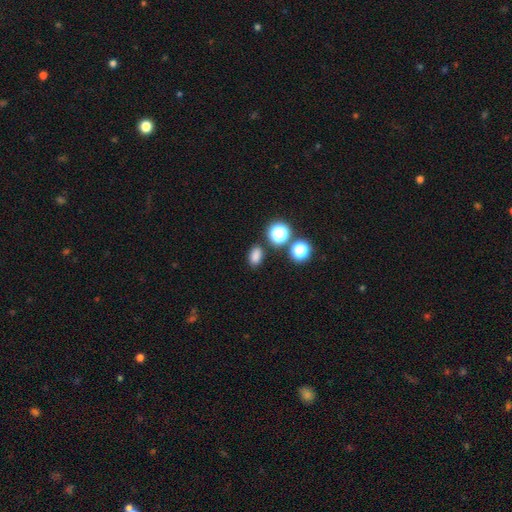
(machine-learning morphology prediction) Overall: smooth (79%). How rounded: in between (78%). Merging: none (83%).